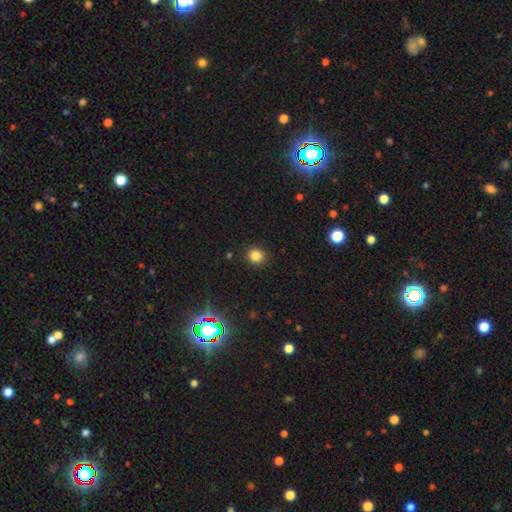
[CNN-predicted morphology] A smooth galaxy with no disk features (83%) that is round (85%).

Vote fractions:
- Smooth or featured? smooth: 83% / star or artifact: 12% / featured or disk: 4%
- How rounded? round: 85% / in between: 14% / cigar-shaped: 1%
- Merging? none: 91% / minor disturbance: 6% / major disturbance: 2% / merger: 1%